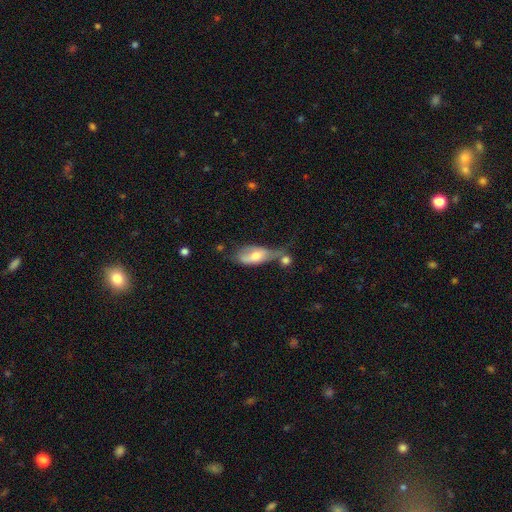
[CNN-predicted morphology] Smooth or featured? smooth (59%)
How rounded? in between (83%)
Merging? merger (30%)